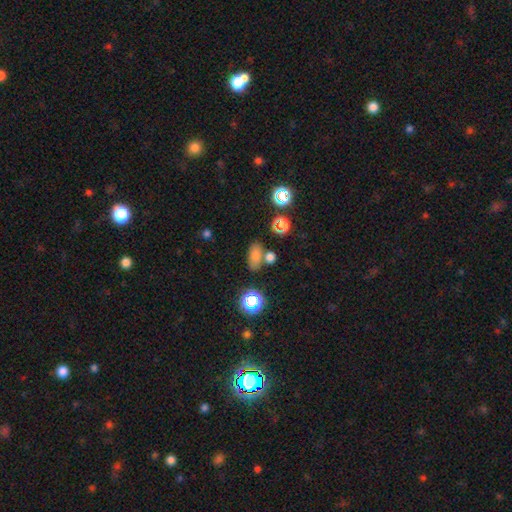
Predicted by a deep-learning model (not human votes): Smooth or featured: smooth — 71% (star or artifact — 19%)
How rounded: in between — 82% (round — 11%)
Merging: none — 65% (merger — 18%)